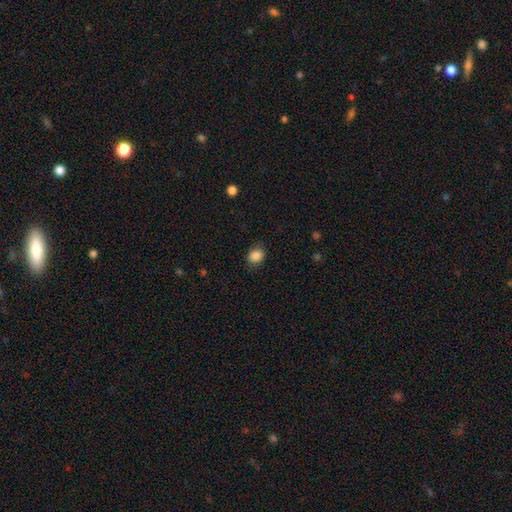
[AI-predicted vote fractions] This is clearly a smooth galaxy (87%). How rounded: possibly in between (51%). Merging: likely none (79%).